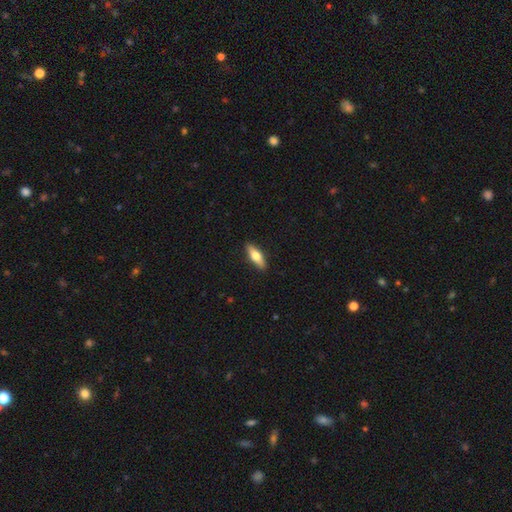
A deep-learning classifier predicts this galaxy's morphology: Smooth or featured?
  - smooth: 63% *
  - featured or disk: 32%
  - star or artifact: 6%
How rounded?
  - in between: 51% *
  - cigar-shaped: 46%
  - round: 2%
Merging?
  - none: 89% *
  - minor disturbance: 8%
  - major disturbance: 2%
  - merger: 1%